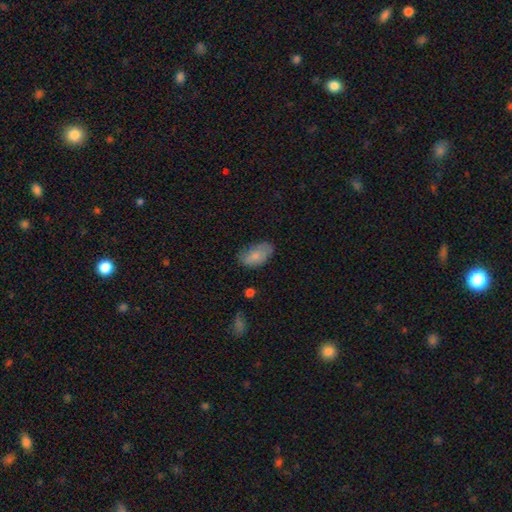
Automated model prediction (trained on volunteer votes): Smooth or featured?
  - smooth: 76% *
  - featured or disk: 17%
  - star or artifact: 7%
How rounded?
  - in between: 93% *
  - round: 5%
  - cigar-shaped: 2%
Merging?
  - none: 66% *
  - minor disturbance: 26%
  - major disturbance: 6%
  - merger: 2%